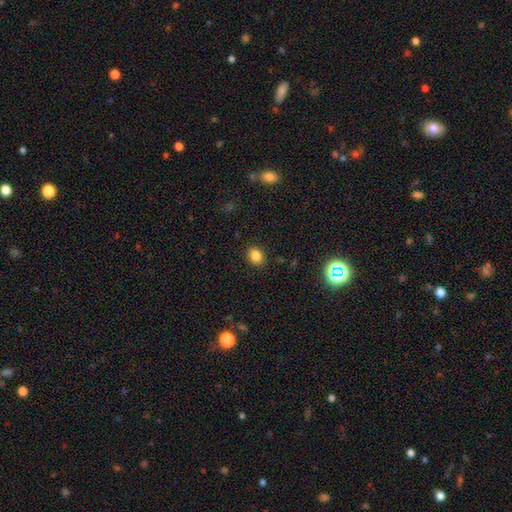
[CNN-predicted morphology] smooth-or-featured: smooth: 83% | star or artifact: 12% | featured or disk: 5%
  how-rounded: round: 67% | in between: 32% | cigar-shaped: 1%
  merging: none: 90% | minor disturbance: 7% | major disturbance: 2% | merger: 1%